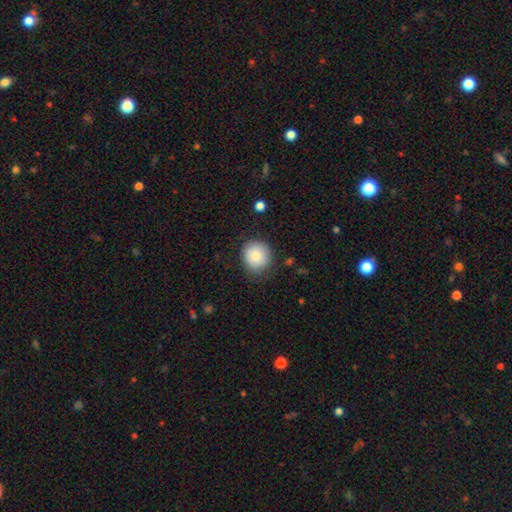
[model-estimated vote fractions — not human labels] smooth_or_featured: smooth (p=0.81) [alt: featured or disk p=0.10]
how_rounded: round (p=0.88) [alt: in between p=0.11]
merging: none (p=0.80) [alt: minor disturbance p=0.15]